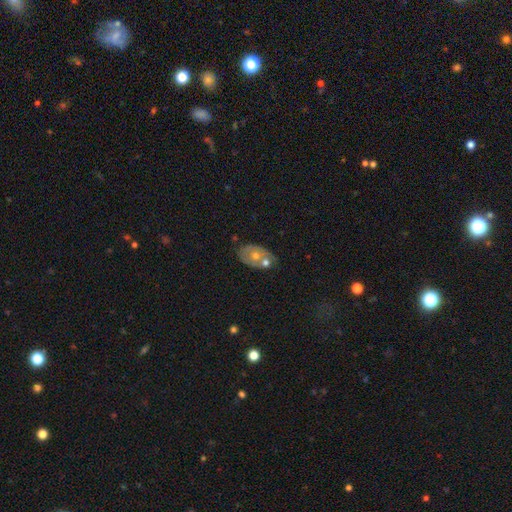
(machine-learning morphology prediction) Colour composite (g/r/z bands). It shows a featured or disk galaxy (57%) with no bar (89%), no spiral arms (70%) and a moderate central bulge (69%). Merging: none (50%).